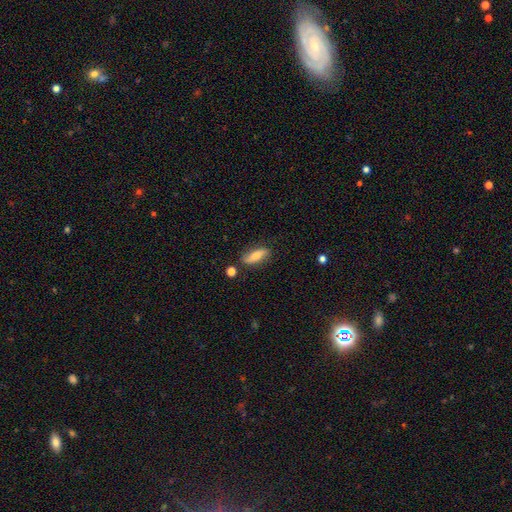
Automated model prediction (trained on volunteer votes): This appears to be a smooth galaxy with no disk features (60%) that is in between round and cigar-shaped (53%). Merging: none (80%).